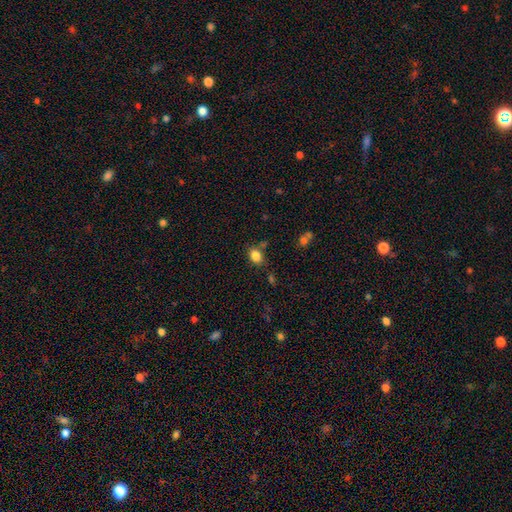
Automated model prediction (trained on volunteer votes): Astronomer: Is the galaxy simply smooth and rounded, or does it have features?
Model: smooth — 84%.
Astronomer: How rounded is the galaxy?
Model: in between — 67%.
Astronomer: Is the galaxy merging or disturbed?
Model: none — 73%.